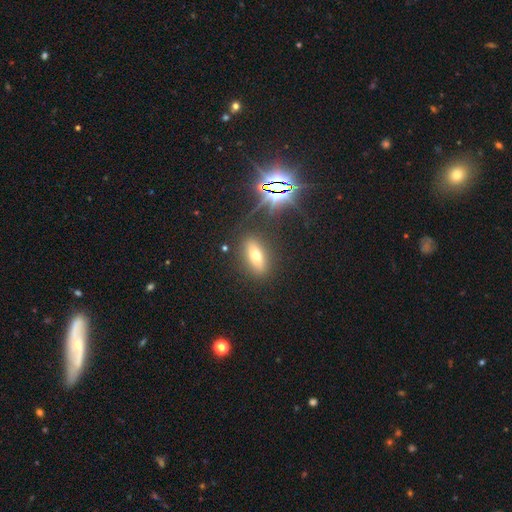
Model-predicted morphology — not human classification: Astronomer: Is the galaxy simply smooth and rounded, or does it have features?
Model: smooth — 53%.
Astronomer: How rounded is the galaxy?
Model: in between — 72%.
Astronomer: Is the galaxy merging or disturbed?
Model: none — 85%.